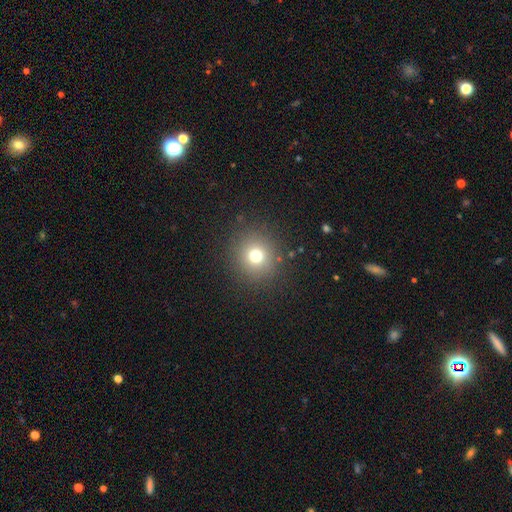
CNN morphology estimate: A smooth galaxy with no disk features (72%) that is round (92%). Merging: none (88%).